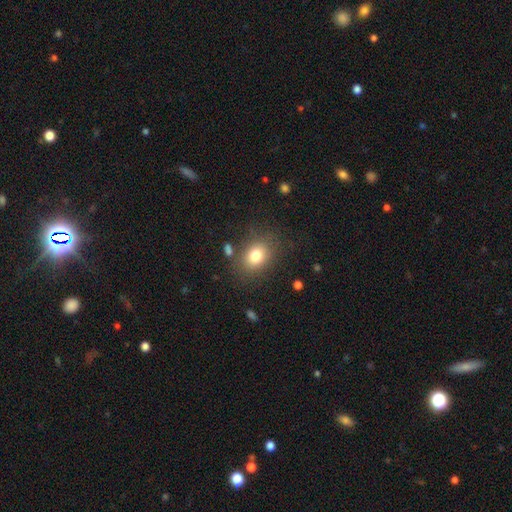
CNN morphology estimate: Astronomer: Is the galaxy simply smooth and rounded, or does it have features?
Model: smooth — 79%.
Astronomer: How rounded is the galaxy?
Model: in between — 58% (runner-up: round, 41%).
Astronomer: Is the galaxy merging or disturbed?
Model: none — 78%.